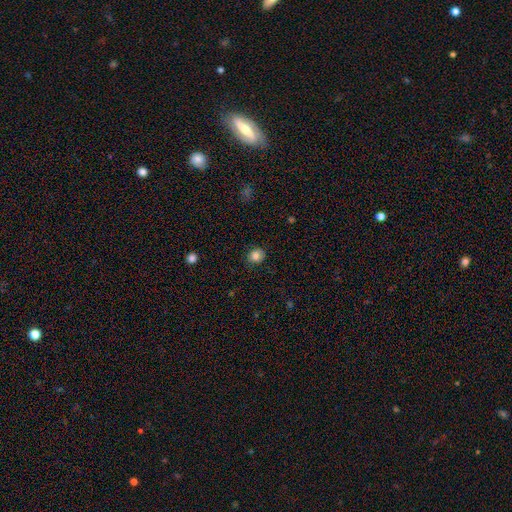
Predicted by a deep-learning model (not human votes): A smooth galaxy with no disk features (84%) that is round (78%). Merging: none (85%).